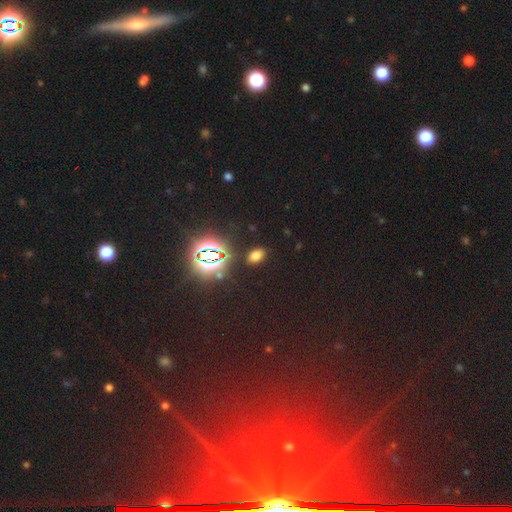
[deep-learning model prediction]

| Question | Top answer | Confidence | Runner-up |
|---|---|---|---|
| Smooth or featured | smooth | 62% | star or artifact (32%) |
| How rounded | in between | 87% | round (11%) |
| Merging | none | 88% | minor disturbance (8%) |